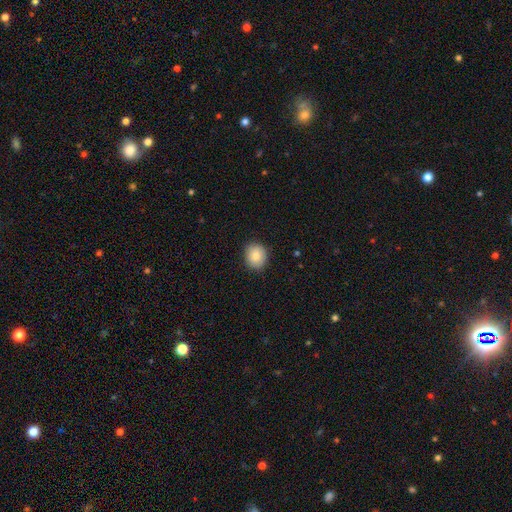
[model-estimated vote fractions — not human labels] Overall: smooth (85%). How rounded: round (75%). Merging: none (87%).